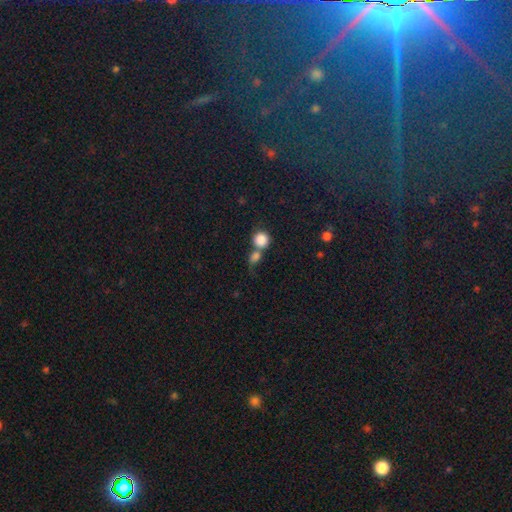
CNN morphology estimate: star or artifact 63%, smooth 21%, featured or disk 16%.